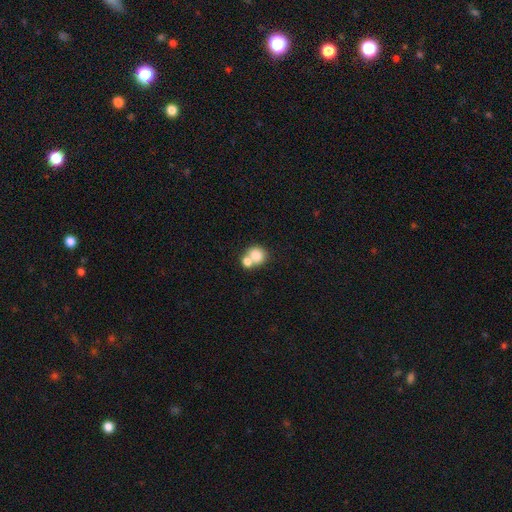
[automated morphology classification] Smooth or featured? Predicted: smooth (p=0.79). How rounded? Predicted: round (p=0.77). Merging? Predicted: merger (p=0.54).